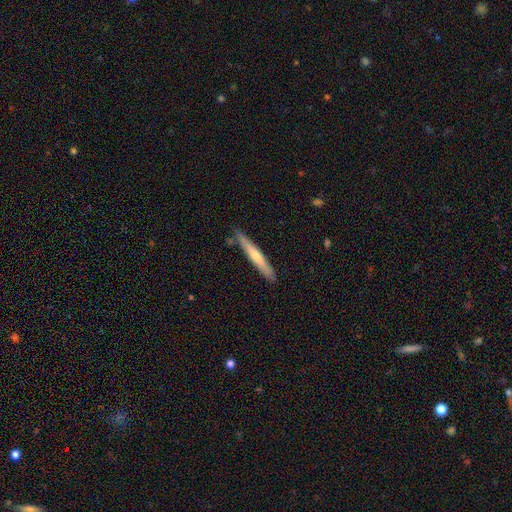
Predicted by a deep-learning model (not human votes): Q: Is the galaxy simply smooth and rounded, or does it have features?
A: smooth — 51%.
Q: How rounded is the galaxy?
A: cigar-shaped — 96%.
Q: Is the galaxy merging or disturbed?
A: none — 87%.